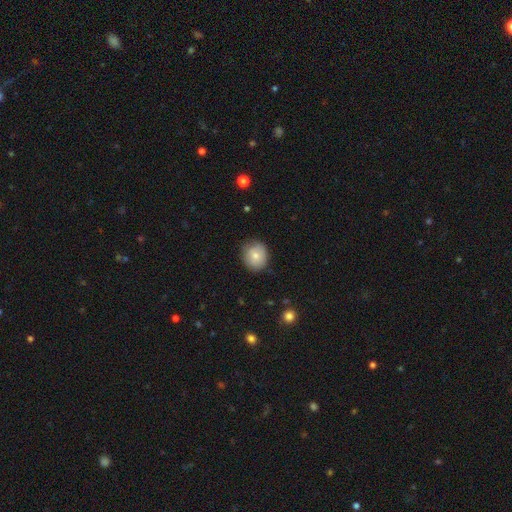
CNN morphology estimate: Overall: smooth (76%). How rounded: round (79%). Merging: none (78%).